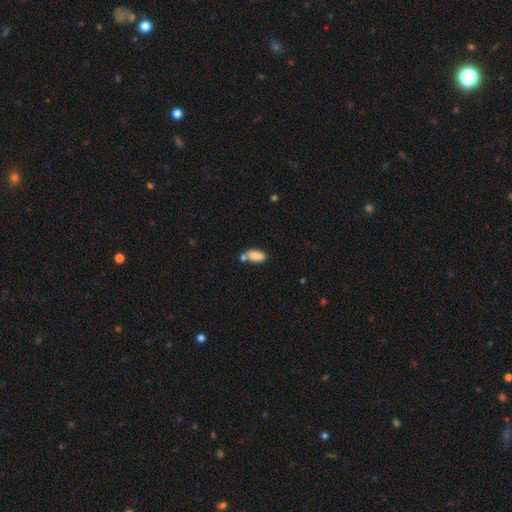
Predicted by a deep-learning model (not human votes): Overall: smooth (84%). How rounded: in between (88%). Merging: none (51%; merger 32%).